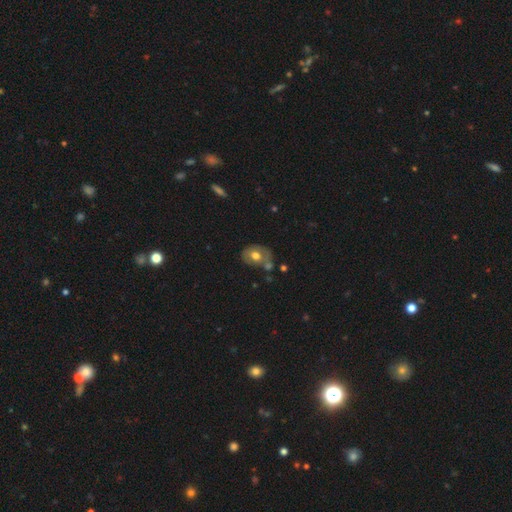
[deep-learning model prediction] This appears to be a smooth galaxy with no disk features (58%) that is in between round and cigar-shaped (56%). Merging: none (49%).